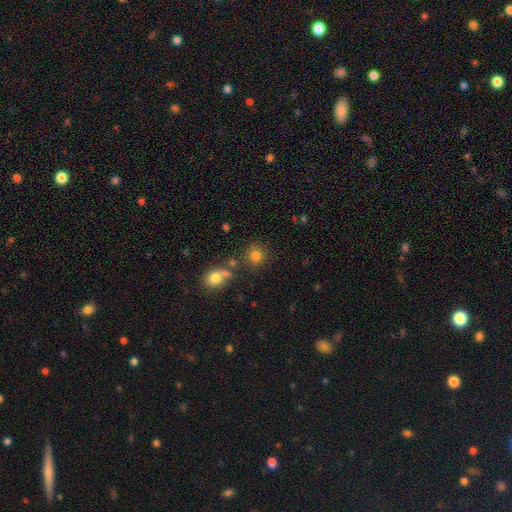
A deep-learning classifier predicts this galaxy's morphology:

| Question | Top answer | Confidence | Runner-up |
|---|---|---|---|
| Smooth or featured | smooth | 80% | star or artifact (13%) |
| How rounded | round | 87% | in between (12%) |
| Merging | none | 77% | merger (10%) |